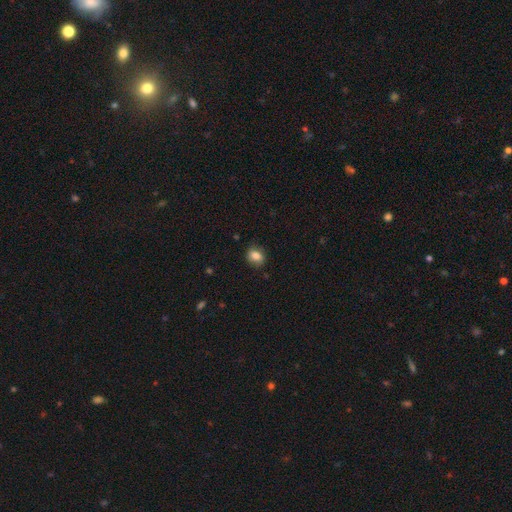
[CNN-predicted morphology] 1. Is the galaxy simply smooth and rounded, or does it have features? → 81% smooth, 9% featured or disk, 9% star or artifact.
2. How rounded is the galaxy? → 58% in between, 41% round, 1% cigar-shaped.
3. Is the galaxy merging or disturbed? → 82% none, 13% minor disturbance, 3% major disturbance, 1% merger.